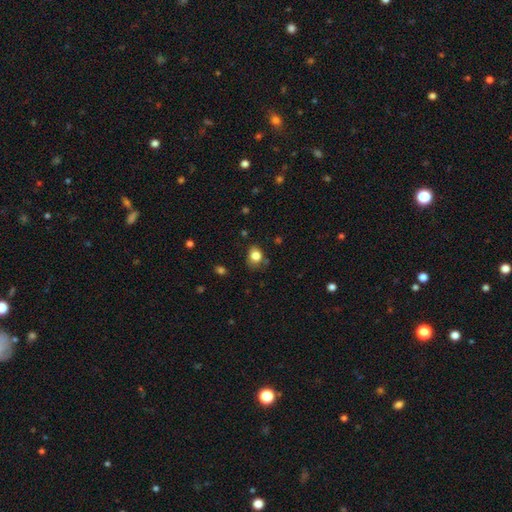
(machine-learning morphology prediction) Smooth or featured: smooth — 82% (star or artifact — 11%)
How rounded: round — 54% (in between — 46%)
Merging: none — 68% (minor disturbance — 23%)